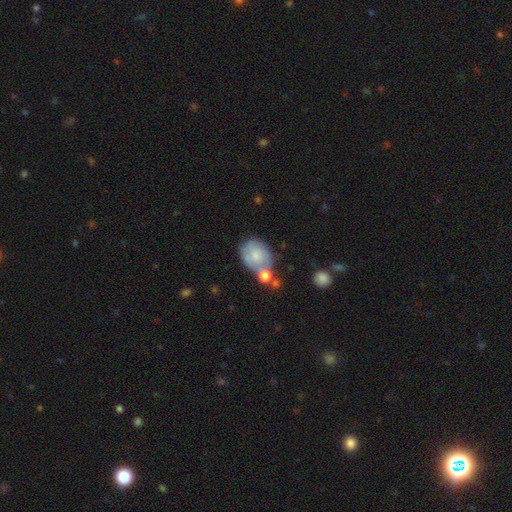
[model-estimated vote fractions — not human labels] Morphology: type=smooth (65%); roundness=in between (55%); merging=merger (34%).